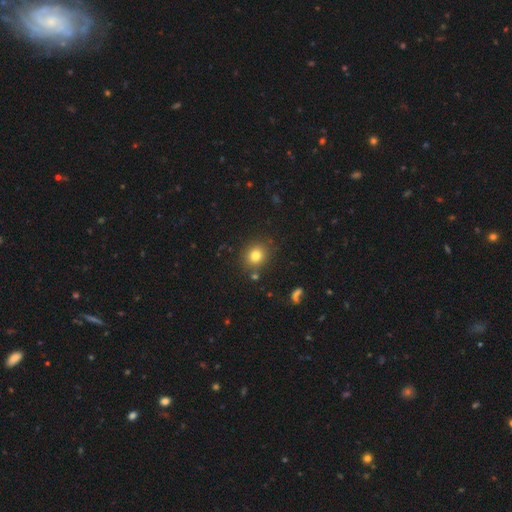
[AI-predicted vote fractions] smooth 78%, star or artifact 14%, featured or disk 8%. Down the decision tree: how rounded — round (79%); merging — none (84%).